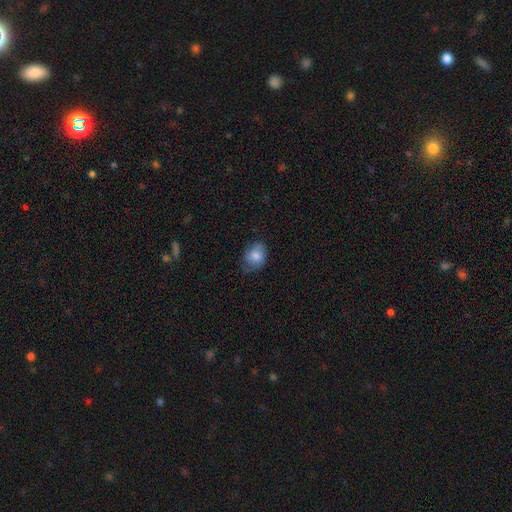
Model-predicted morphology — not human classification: Smooth or featured? smooth (82%)
How rounded? in between (57%)
Merging? none (62%)